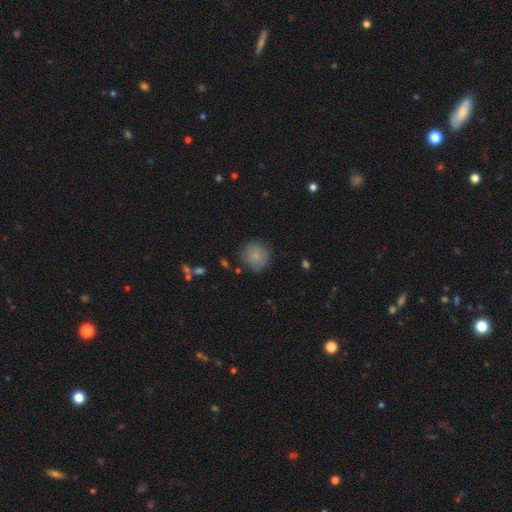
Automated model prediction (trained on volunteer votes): Smooth or featured? Predicted: smooth (p=0.80). How rounded? Predicted: round (p=0.88). Merging? Predicted: none (p=0.76).